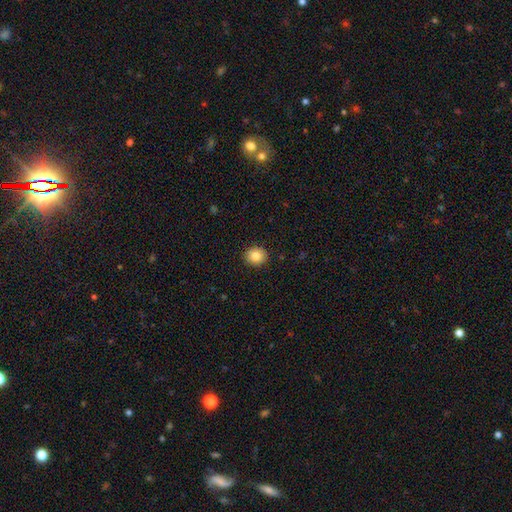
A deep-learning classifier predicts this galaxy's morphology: Smooth or featured: smooth — 85% (star or artifact — 9%)
How rounded: round — 76% (in between — 23%)
Merging: none — 91% (minor disturbance — 6%)